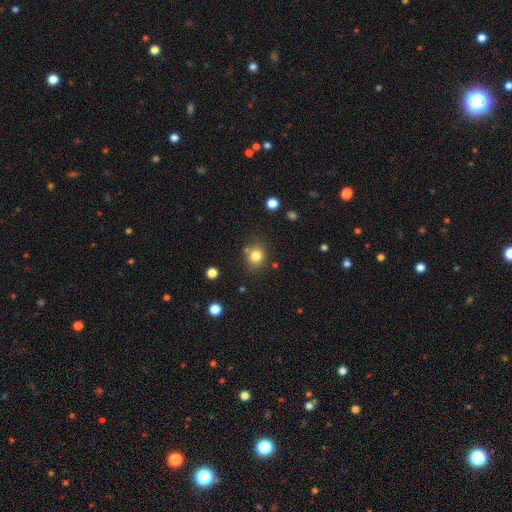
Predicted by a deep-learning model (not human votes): Overall: smooth (80%). How rounded: round (76%). Merging: none (76%).